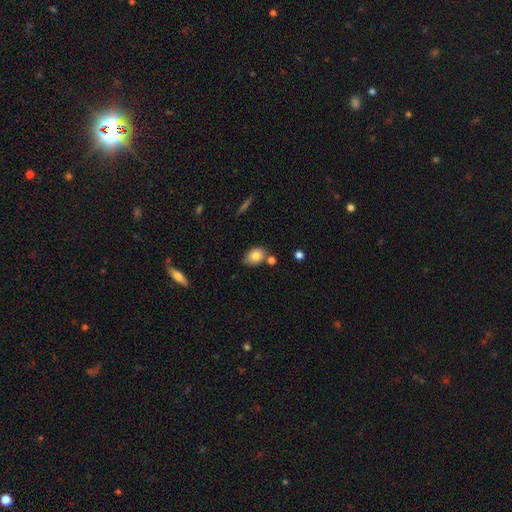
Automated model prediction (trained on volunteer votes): Smooth or featured? Predicted: smooth (p=0.81). How rounded? Predicted: in between (p=0.79). Merging? Predicted: none (p=0.70).